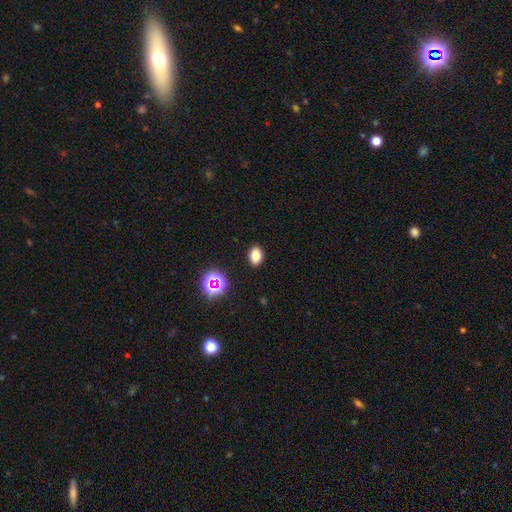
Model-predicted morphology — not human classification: This is likely a smooth galaxy (78%). How rounded: clearly in between (83%). Merging: clearly none (89%).